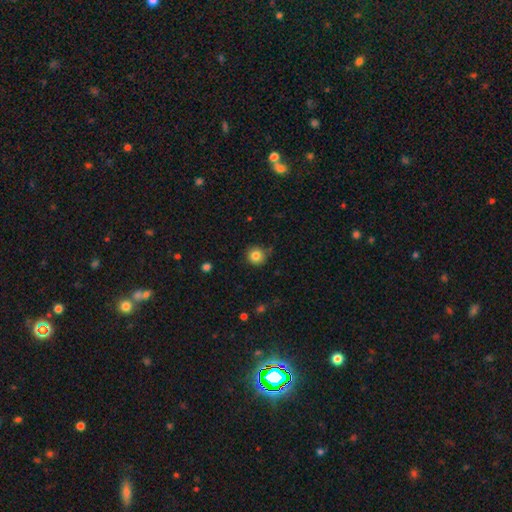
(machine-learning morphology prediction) smooth-or-featured: smooth: 84% | star or artifact: 11% | featured or disk: 5%
  how-rounded: round: 93% | in between: 6% | cigar-shaped: 1%
  merging: none: 83% | minor disturbance: 12% | major disturbance: 3% | merger: 3%